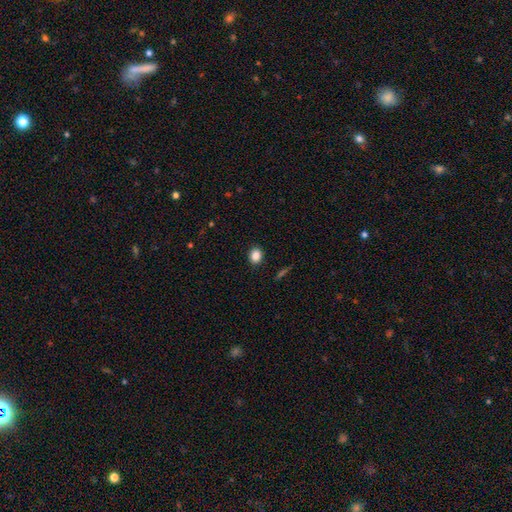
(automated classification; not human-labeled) A smooth galaxy with no disk features (85%) that is round (64%). Merging: none (91%).